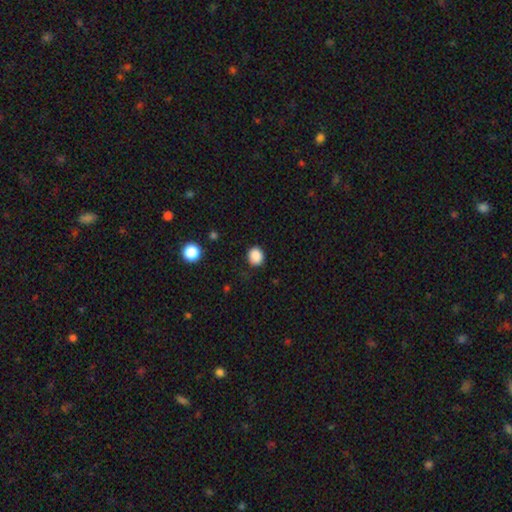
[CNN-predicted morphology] Smooth or featured?
  - smooth: 87% *
  - star or artifact: 10%
  - featured or disk: 3%
How rounded?
  - round: 71% *
  - in between: 29%
  - cigar-shaped: 1%
Merging?
  - none: 85% *
  - minor disturbance: 11%
  - major disturbance: 3%
  - merger: 1%